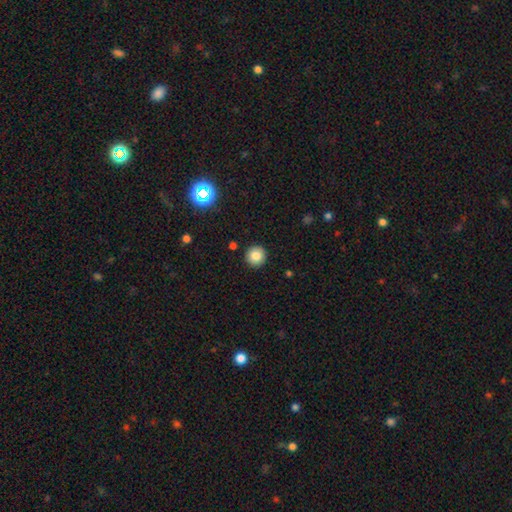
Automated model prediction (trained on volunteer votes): Smooth or featured? smooth (83%)
How rounded? round (95%)
Merging? none (92%)